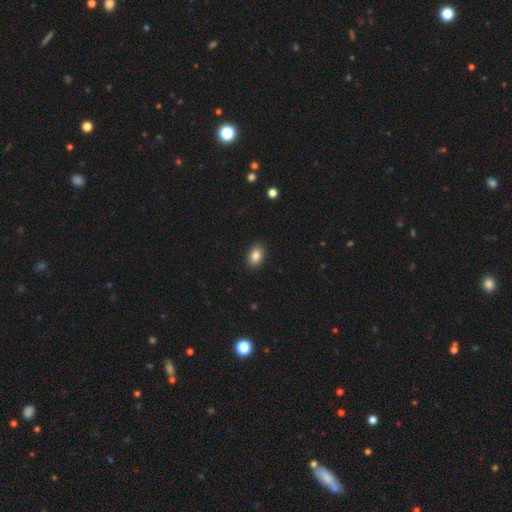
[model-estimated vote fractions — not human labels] Overall: smooth (86%). How rounded: in between (83%). Merging: none (90%).